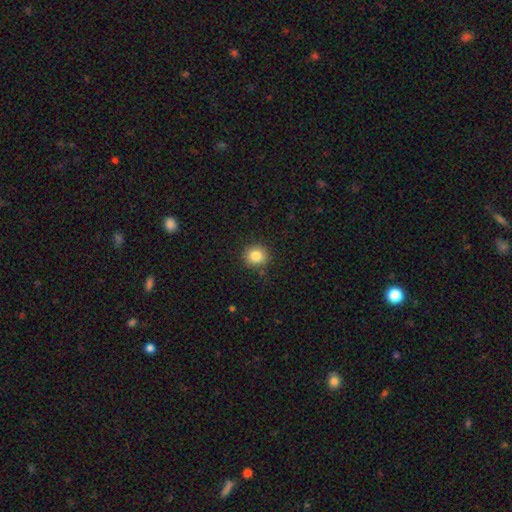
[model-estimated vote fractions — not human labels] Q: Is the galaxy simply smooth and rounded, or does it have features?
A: smooth — 83%.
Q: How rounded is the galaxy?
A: round — 88%.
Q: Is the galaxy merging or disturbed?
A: none — 88%.